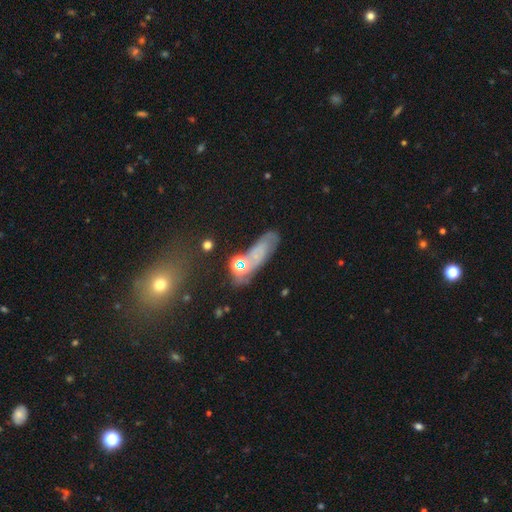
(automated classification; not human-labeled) Smooth or featured: featured or disk — 45% (smooth — 39%)
Merging: none — 53% (minor disturbance — 20%)